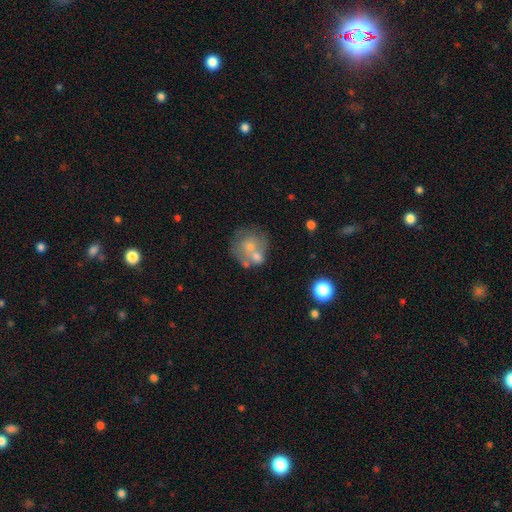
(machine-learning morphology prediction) Q: Smooth or featured?
A: smooth (52%); runner-up: featured or disk (37%)
Q: How rounded?
A: round (80%); runner-up: in between (19%)
Q: Merging?
A: merger (38%); tied with: none (38%)